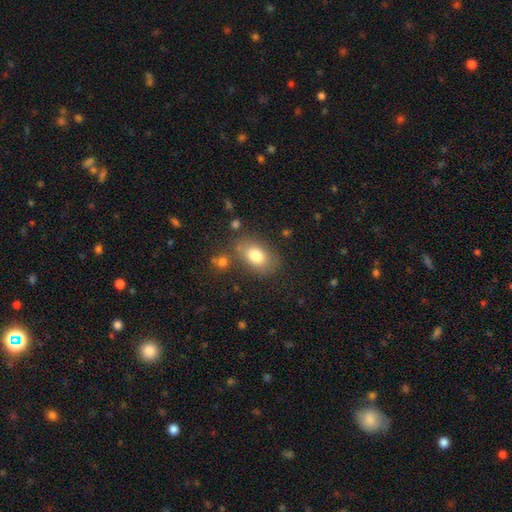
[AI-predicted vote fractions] smooth-or-featured: smooth: 78% | featured or disk: 13% | star or artifact: 9%
  how-rounded: in between: 83% | round: 16% | cigar-shaped: 1%
  merging: none: 74% | minor disturbance: 15% | merger: 6% | major disturbance: 5%